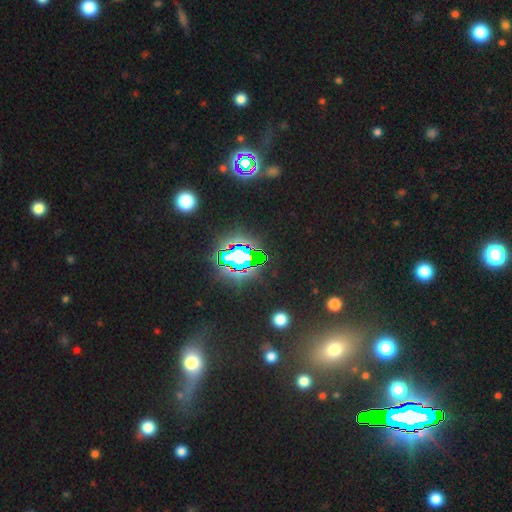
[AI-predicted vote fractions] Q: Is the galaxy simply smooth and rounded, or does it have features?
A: star or artifact — 75%.